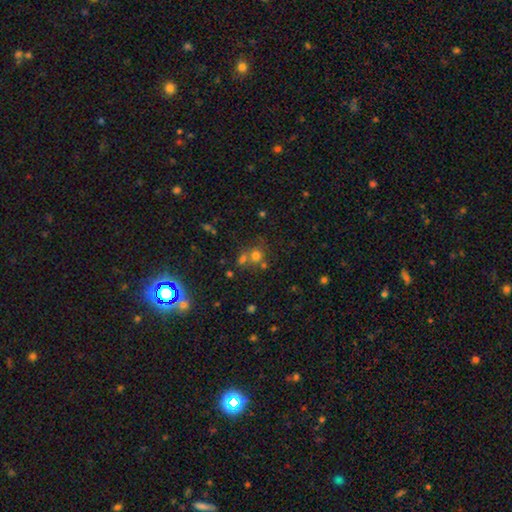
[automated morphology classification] smooth_or_featured: smooth (p=0.64) [alt: star or artifact p=0.24]
how_rounded: round (p=0.79) [alt: in between p=0.20]
merging: none (p=0.48) [alt: merger p=0.38]